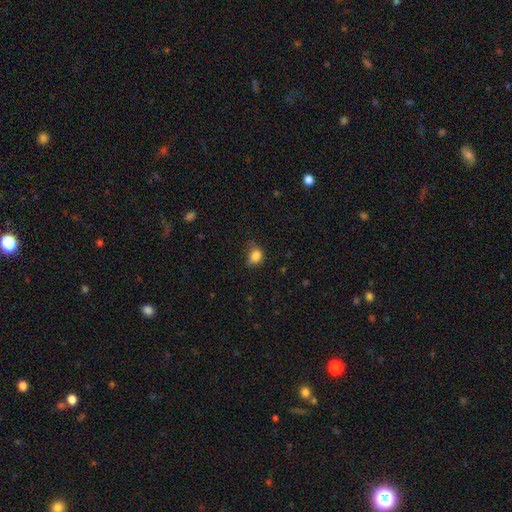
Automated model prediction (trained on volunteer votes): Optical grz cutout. It shows a smooth galaxy with no disk features (83%) that is in between round and cigar-shaped (50%). Merging: none (47%).